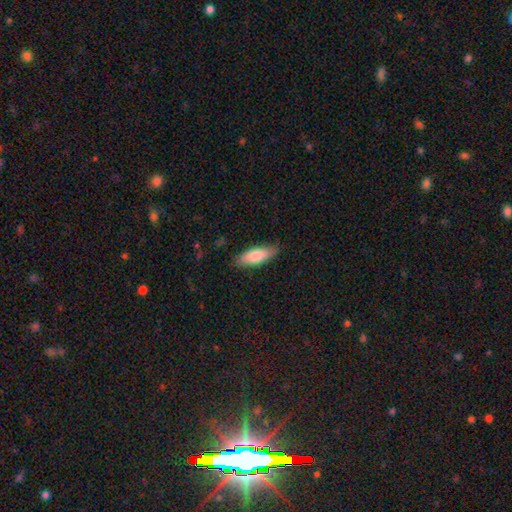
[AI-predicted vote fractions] Smooth or featured?
  - smooth: 81% *
  - featured or disk: 14%
  - star or artifact: 5%
How rounded?
  - in between: 61% *
  - cigar-shaped: 37%
  - round: 2%
Merging?
  - none: 84% *
  - minor disturbance: 12%
  - major disturbance: 2%
  - merger: 1%